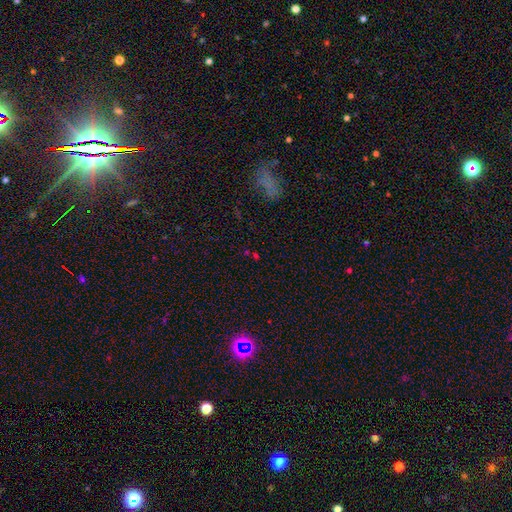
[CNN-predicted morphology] smooth_or_featured: star or artifact (p=0.58) [alt: smooth p=0.33]